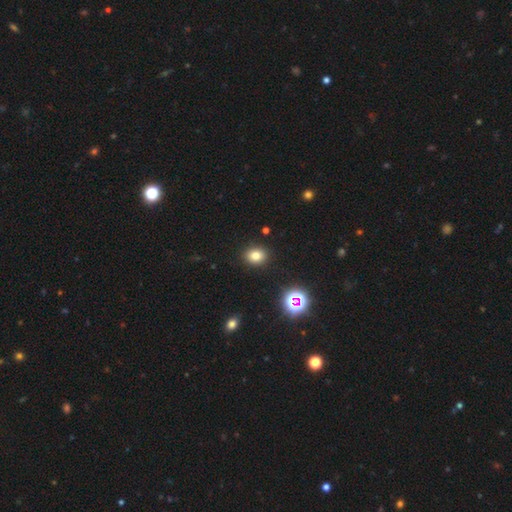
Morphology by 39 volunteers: smooth 85%, star or artifact 10%, featured or disk 5%. Down the decision tree: how rounded — round (52%); merging — none (89%).